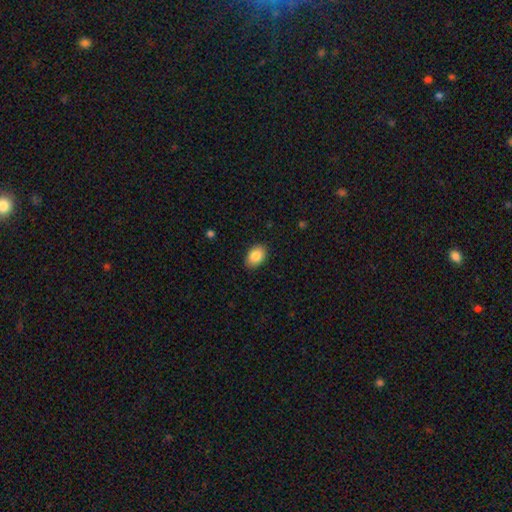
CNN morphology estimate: Overall: smooth (87%). How rounded: in between (83%). Merging: none (88%).